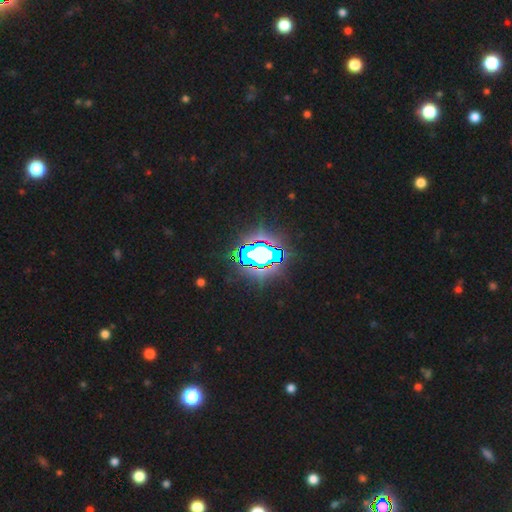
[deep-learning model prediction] This is likely a star or artifact rather than a galaxy (74%).